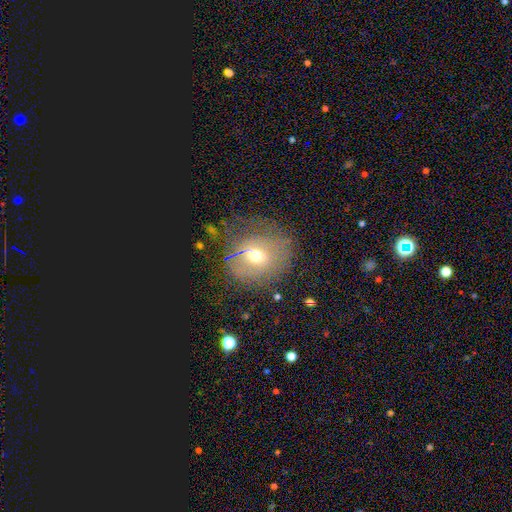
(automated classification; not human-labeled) Smooth or featured: smooth — 41% (featured or disk — 39%)
Merging: none — 65% (minor disturbance — 20%)